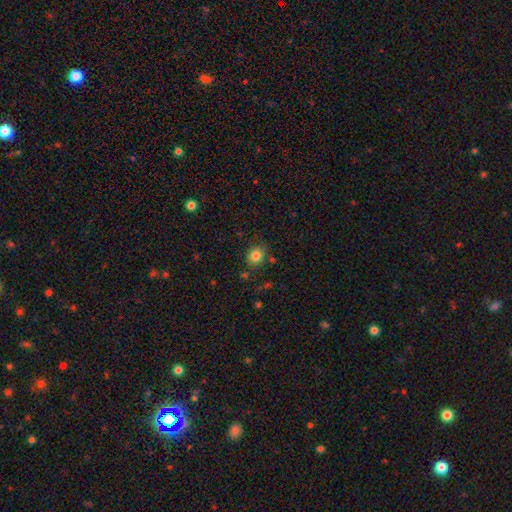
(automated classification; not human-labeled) The model was most divided on "how rounded": round: 73%, in between: 26%, cigar-shaped: 1%. More confident: smooth or featured — smooth (83%); merging — none (83%).